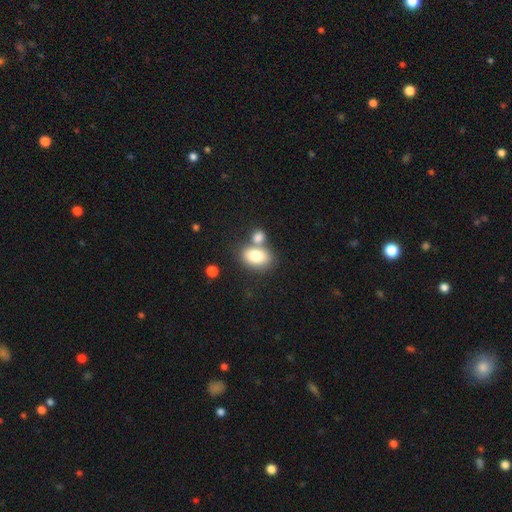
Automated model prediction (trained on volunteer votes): smooth-or-featured: smooth: 79% | featured or disk: 12% | star or artifact: 8%
  how-rounded: in between: 83% | round: 16% | cigar-shaped: 1%
  merging: none: 47% | merger: 37% | minor disturbance: 11% | major disturbance: 4%